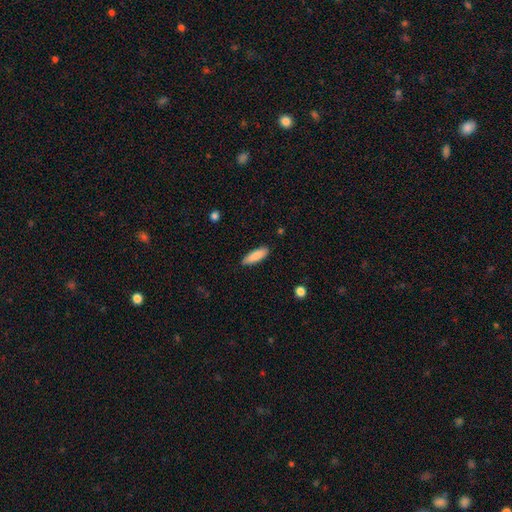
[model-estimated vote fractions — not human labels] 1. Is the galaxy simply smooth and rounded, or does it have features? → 86% smooth, 8% featured or disk, 6% star or artifact.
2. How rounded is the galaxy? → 52% in between, 47% cigar-shaped, 2% round.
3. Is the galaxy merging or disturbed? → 87% none, 10% minor disturbance, 2% major disturbance, 1% merger.